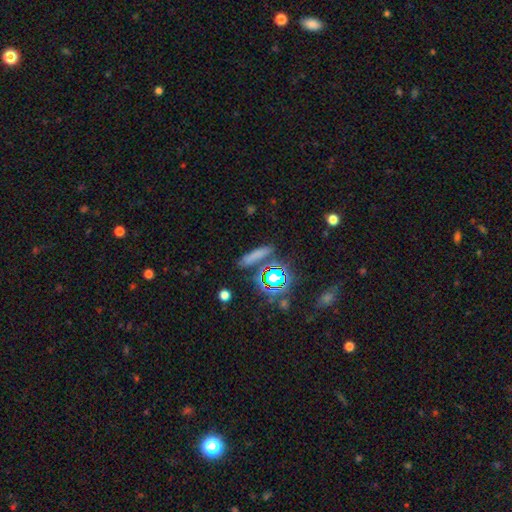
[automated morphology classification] Smooth or featured? smooth (64%)
How rounded? cigar-shaped (73%)
Merging? none (79%)